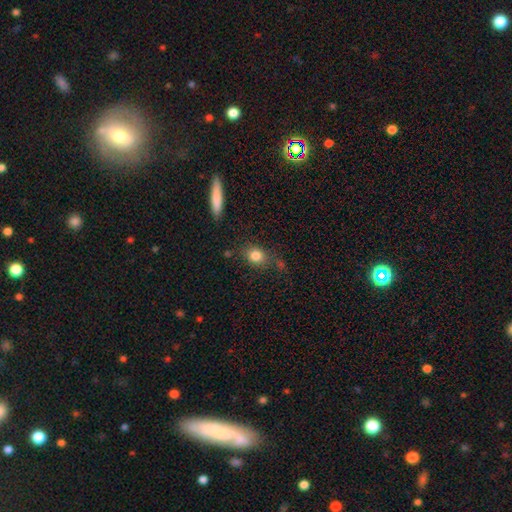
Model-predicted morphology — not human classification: Q: Smooth or featured?
A: smooth (83%); runner-up: star or artifact (10%)
Q: How rounded?
A: round (54%); runner-up: in between (43%)
Q: Merging?
A: none (75%); runner-up: minor disturbance (15%)